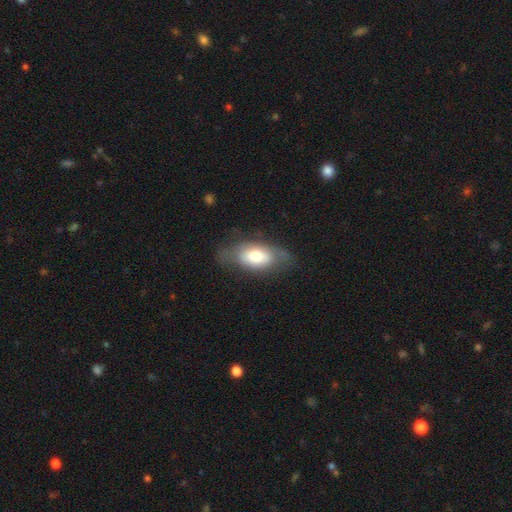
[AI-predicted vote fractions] Smooth or featured? smooth (62%)
How rounded? in between (88%)
Merging? none (61%)